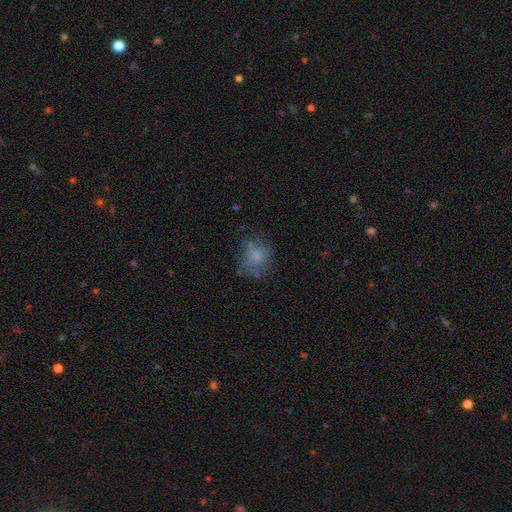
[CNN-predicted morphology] Smooth or featured: smooth — 55% (featured or disk — 28%)
How rounded: round — 60% (in between — 38%)
Merging: none — 50% (major disturbance — 25%)